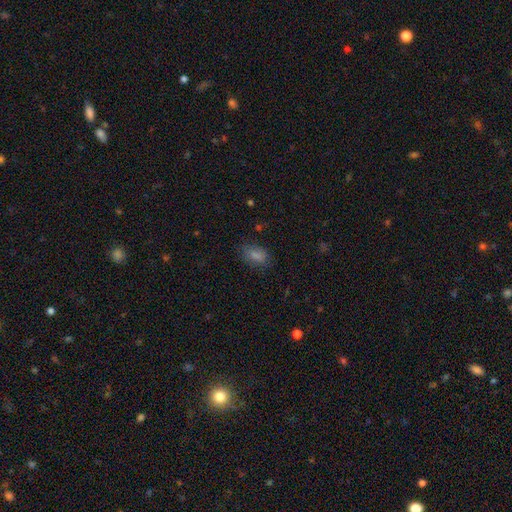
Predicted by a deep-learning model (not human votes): A smooth galaxy with no disk features (69%) that is in between round and cigar-shaped (84%). Merging: none (78%).